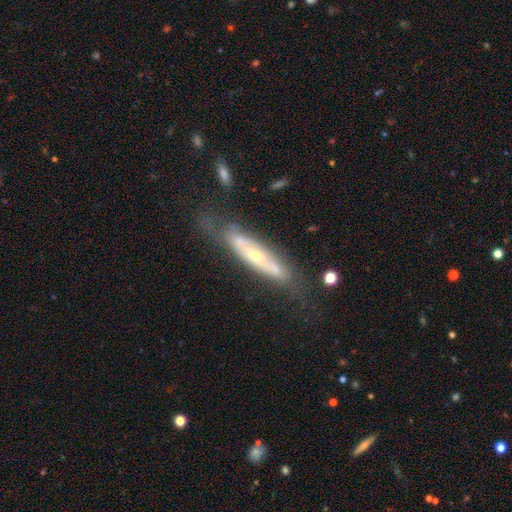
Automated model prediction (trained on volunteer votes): featured or disk 69%, smooth 24%, star or artifact 7%. Down the decision tree: edge-on disk — no (53%); merging — none (60%).